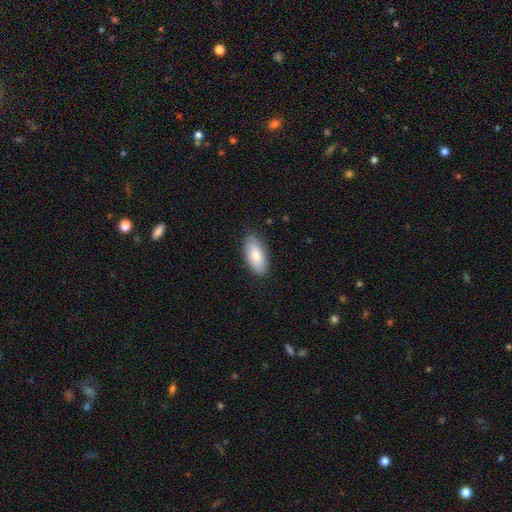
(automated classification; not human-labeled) Morphology: type=smooth (82%); roundness=in between (90%); merging=none (85%).